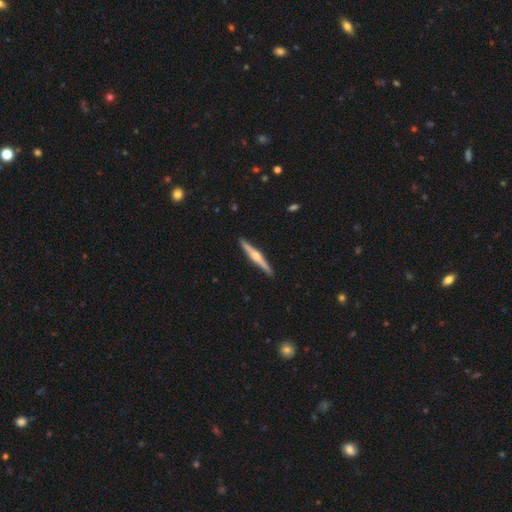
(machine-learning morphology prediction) Smooth or featured? featured or disk (74%)
Edge-on disk? yes (98%)
Edge-on bulge? rounded (90%)
Merging? none (91%)